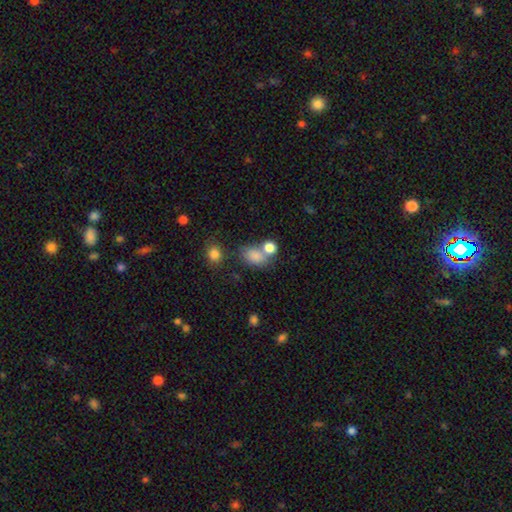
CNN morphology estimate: smooth_or_featured: smooth (p=0.80) [alt: star or artifact p=0.12]
how_rounded: in between (p=0.64) [alt: round p=0.34]
merging: none (p=0.44) [alt: merger p=0.34]